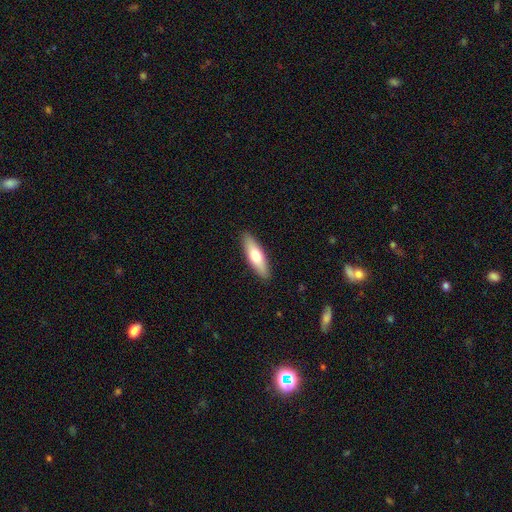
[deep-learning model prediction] Smooth or featured? Predicted: smooth (p=0.65). How rounded? Predicted: cigar-shaped (p=0.54). Merging? Predicted: none (p=0.90).